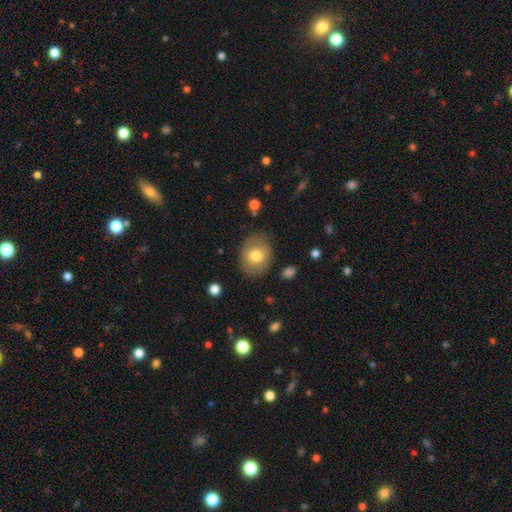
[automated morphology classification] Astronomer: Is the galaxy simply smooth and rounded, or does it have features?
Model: smooth — 73%.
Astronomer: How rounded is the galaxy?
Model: in between — 55% (runner-up: round, 44%).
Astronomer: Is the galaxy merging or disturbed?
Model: none — 80%.